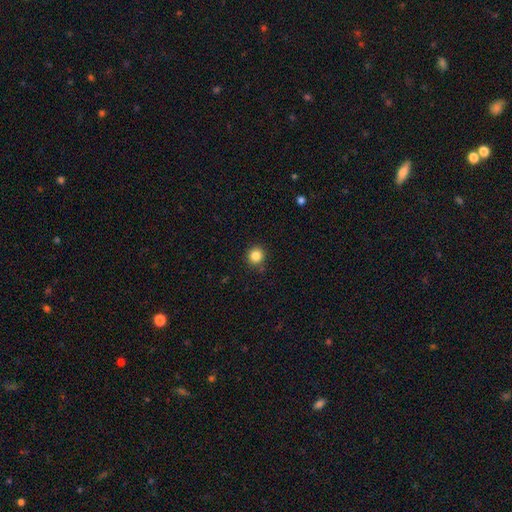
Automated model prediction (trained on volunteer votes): Smooth or featured? smooth (85%)
How rounded? round (93%)
Merging? none (88%)